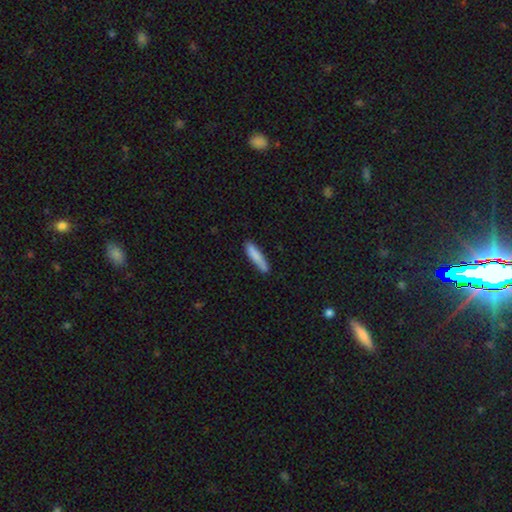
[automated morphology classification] smooth-or-featured: smooth: 82% | featured or disk: 12% | star or artifact: 6%
  how-rounded: cigar-shaped: 85% | in between: 14% | round: 1%
  merging: none: 75% | minor disturbance: 19% | merger: 3% | major disturbance: 3%